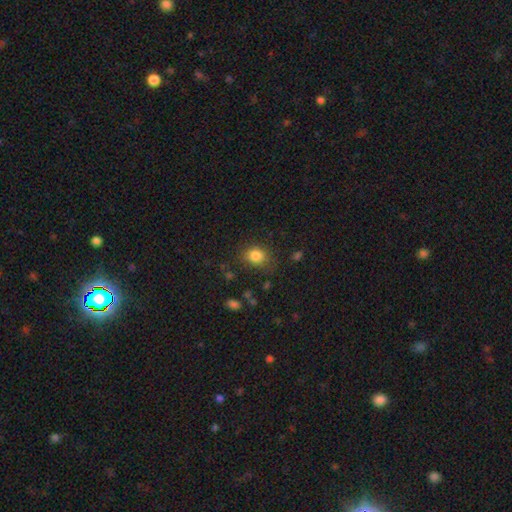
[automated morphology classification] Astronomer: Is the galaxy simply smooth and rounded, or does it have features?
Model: smooth — 84%.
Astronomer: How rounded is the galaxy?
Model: round — 59% (runner-up: in between, 40%).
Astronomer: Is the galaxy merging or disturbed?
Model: none — 76%.